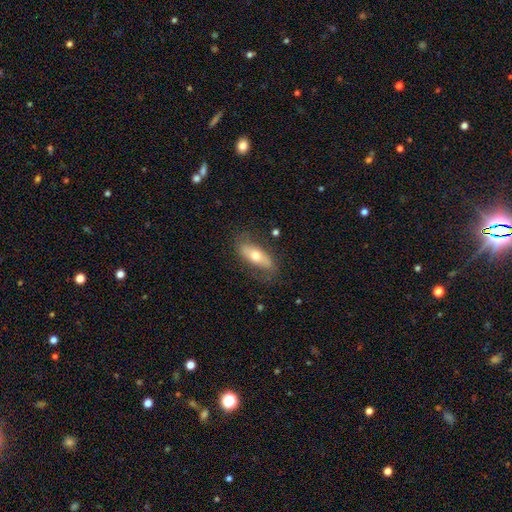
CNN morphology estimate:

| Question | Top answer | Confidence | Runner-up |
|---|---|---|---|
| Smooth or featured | smooth | 54% | featured or disk (40%) |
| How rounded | in between | 69% | cigar-shaped (28%) |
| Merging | none | 75% | minor disturbance (17%) |